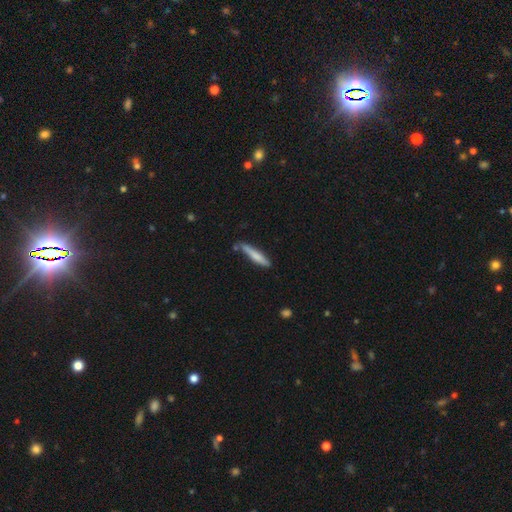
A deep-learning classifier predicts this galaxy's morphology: Overall: smooth (72%). How rounded: cigar-shaped (90%). Merging: none (70%).